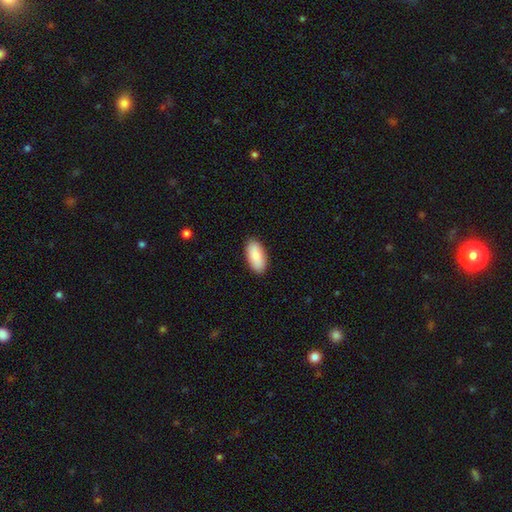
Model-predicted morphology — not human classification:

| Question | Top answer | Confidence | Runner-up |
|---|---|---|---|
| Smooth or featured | smooth | 85% | featured or disk (10%) |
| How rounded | in between | 92% | cigar-shaped (6%) |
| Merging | none | 89% | minor disturbance (8%) |